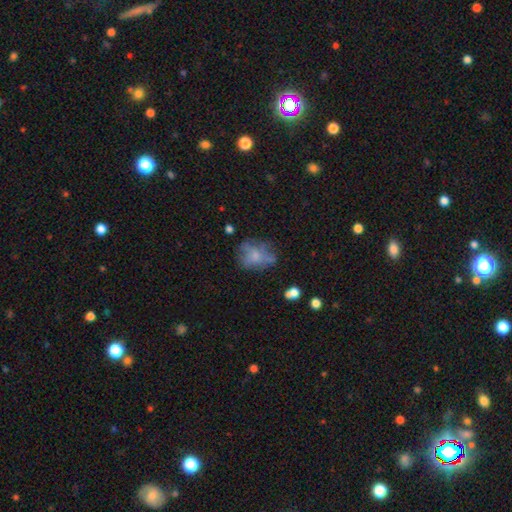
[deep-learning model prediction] Smooth or featured? Predicted: smooth (p=0.49). Merging? Predicted: none (p=0.50).